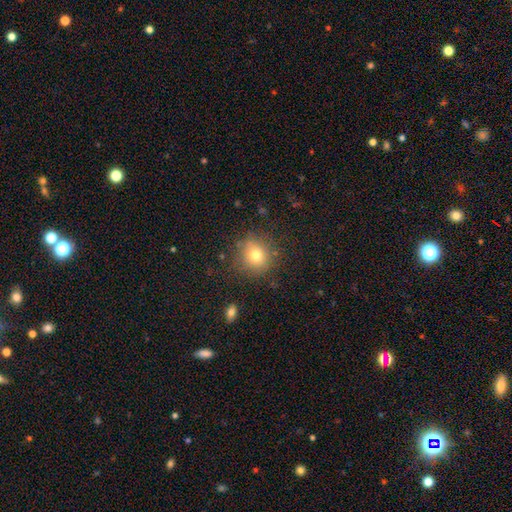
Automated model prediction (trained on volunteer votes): smooth_or_featured: smooth (p=0.75) [alt: star or artifact p=0.14]
how_rounded: round (p=0.86) [alt: in between p=0.13]
merging: none (p=0.82) [alt: minor disturbance p=0.11]